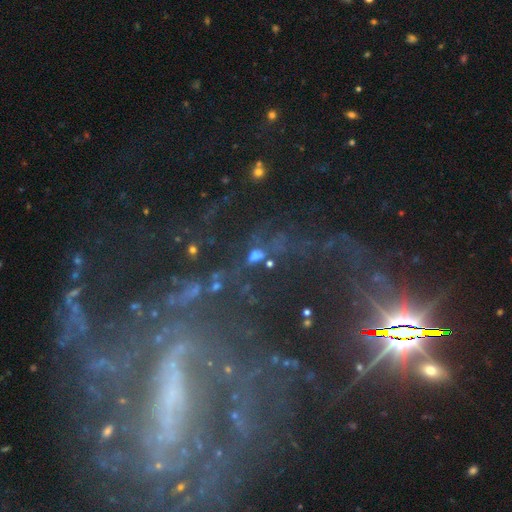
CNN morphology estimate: A star or artifact, not a galaxy (38%).

Vote fractions:
- Smooth or featured? star or artifact: 38% / smooth: 35% / featured or disk: 27%